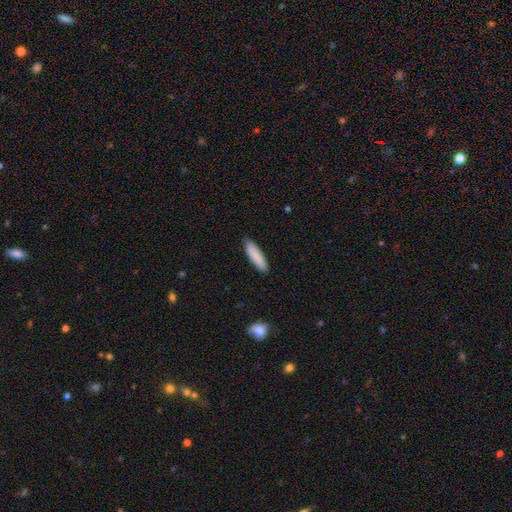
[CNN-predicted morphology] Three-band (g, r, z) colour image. It shows a smooth galaxy with no disk features (88%) that is cigar-shaped (68%). Merging: none (88%).